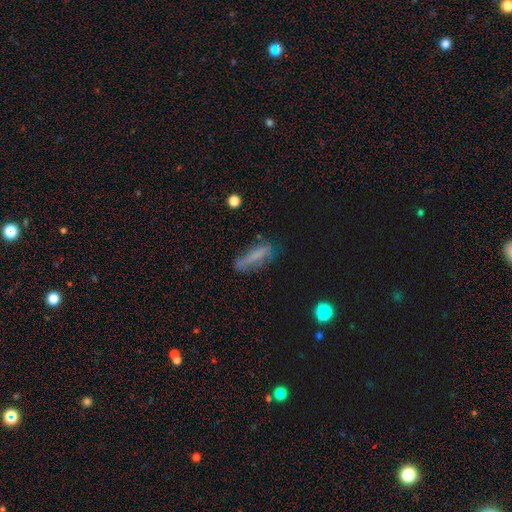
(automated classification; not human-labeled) Smooth or featured? Predicted: smooth (p=0.54). How rounded? Predicted: cigar-shaped (p=0.64). Merging? Predicted: none (p=0.55).